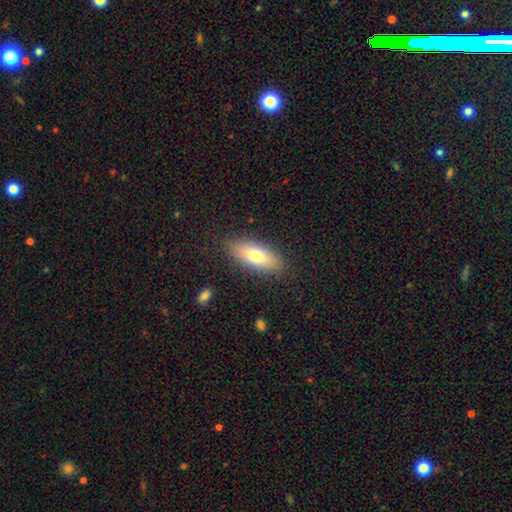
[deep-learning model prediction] Morphology: type=smooth (71%); roundness=in between (72%); merging=none (86%).